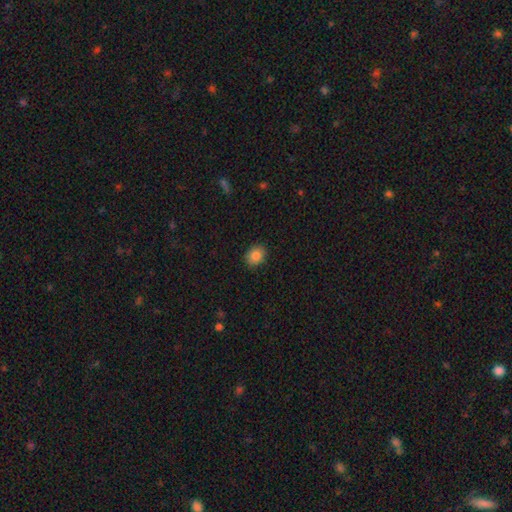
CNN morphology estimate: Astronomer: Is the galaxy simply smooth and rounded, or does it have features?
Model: smooth — 86%.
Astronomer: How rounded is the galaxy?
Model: in between — 57% (runner-up: round, 42%).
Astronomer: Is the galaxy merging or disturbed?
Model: none — 88%.